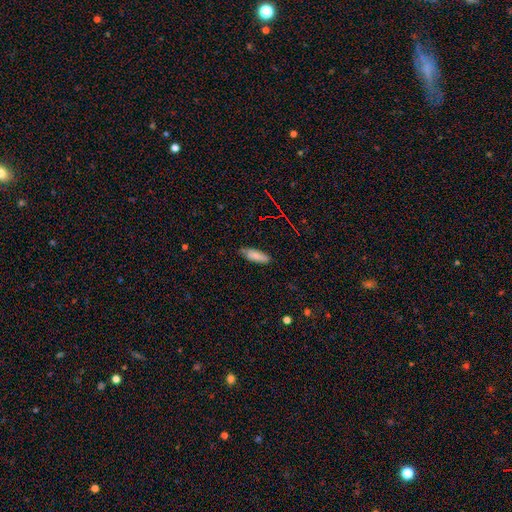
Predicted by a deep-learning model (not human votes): Q: Smooth or featured?
A: smooth (82%); runner-up: star or artifact (9%)
Q: How rounded?
A: in between (61%); runner-up: cigar-shaped (38%)
Q: Merging?
A: none (73%); runner-up: minor disturbance (22%)